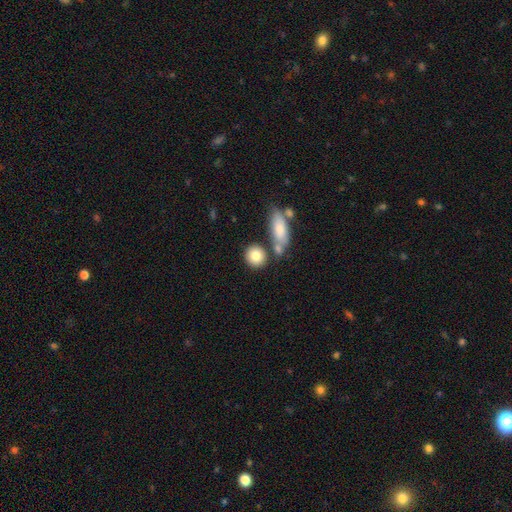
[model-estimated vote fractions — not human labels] Smooth or featured? smooth (81%)
How rounded? round (79%)
Merging? none (69%)